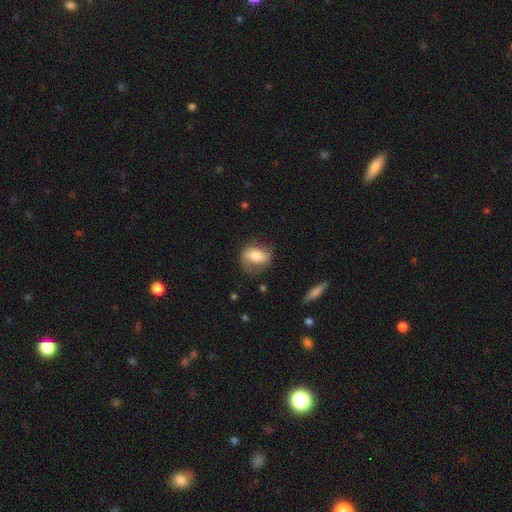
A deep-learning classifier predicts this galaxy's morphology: Q: Smooth or featured?
A: smooth (54%); runner-up: featured or disk (38%)
Q: How rounded?
A: in between (71%); runner-up: round (25%)
Q: Merging?
A: none (61%); runner-up: minor disturbance (24%)